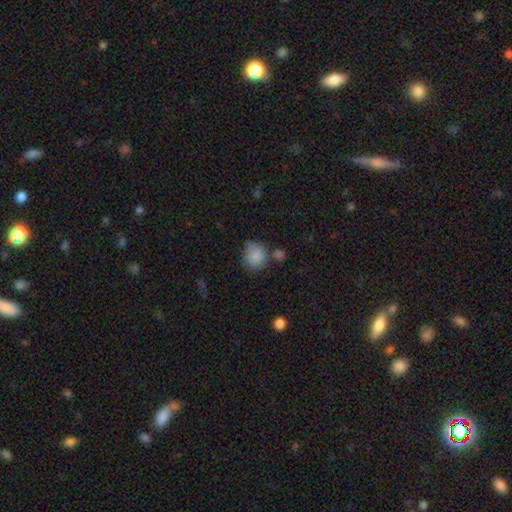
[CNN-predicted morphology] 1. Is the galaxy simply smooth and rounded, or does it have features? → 85% smooth, 9% star or artifact, 6% featured or disk.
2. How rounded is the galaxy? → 81% round, 18% in between, 1% cigar-shaped.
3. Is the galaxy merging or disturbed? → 58% none, 23% minor disturbance, 13% merger, 7% major disturbance.